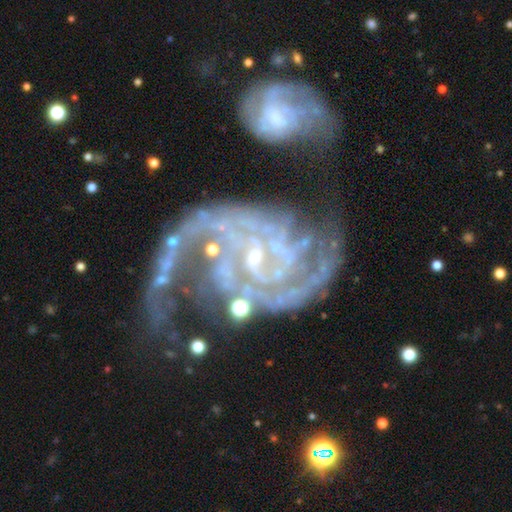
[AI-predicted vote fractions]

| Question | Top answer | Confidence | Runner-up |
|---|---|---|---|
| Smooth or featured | featured or disk | 92% | star or artifact (5%) |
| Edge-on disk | no | 98% | yes (2%) |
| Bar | no | 44% | weak (40%) |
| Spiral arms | yes | 97% | no (3%) |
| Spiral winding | medium | 46% | tight (38%) |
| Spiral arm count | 2 | 52% | 3 (14%) |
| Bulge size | small | 70% | moderate (16%) |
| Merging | merger | 38% | none (25%) |